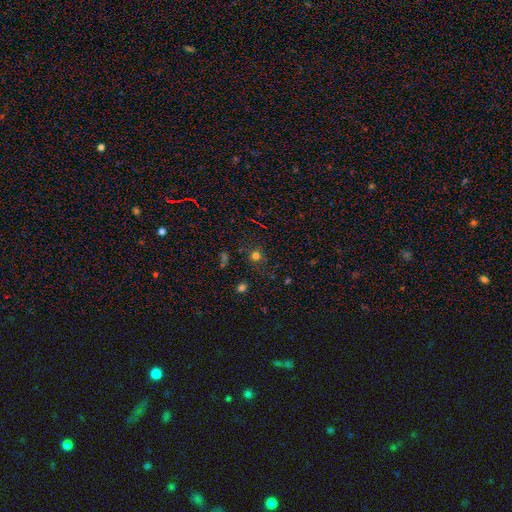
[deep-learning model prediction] The model was most divided on "smooth or featured": smooth: 67%, star or artifact: 26%, featured or disk: 7%. More confident: how rounded — round (88%); merging — none (79%).